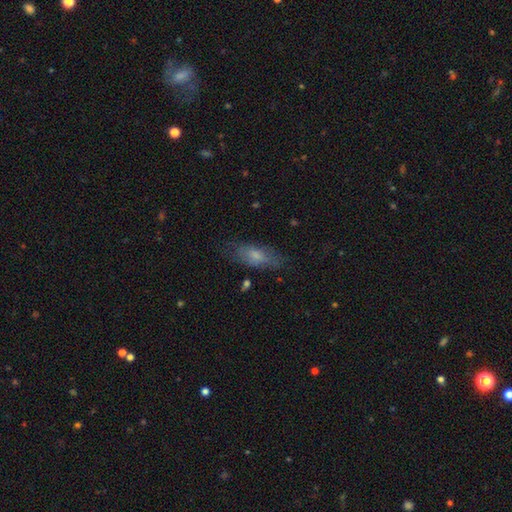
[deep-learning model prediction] This appears to be a smooth galaxy with no disk features (67%) that is in between round and cigar-shaped (68%). Merging: none (69%).